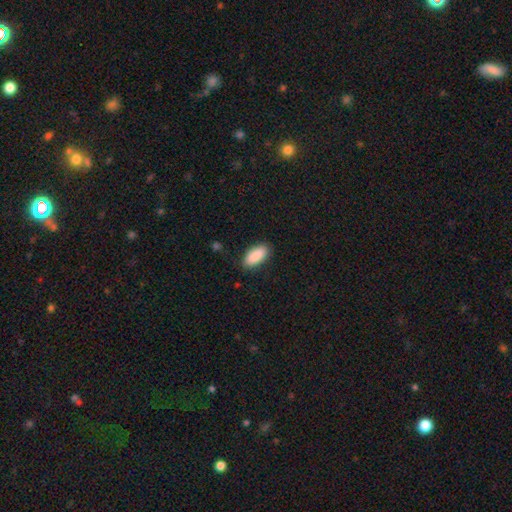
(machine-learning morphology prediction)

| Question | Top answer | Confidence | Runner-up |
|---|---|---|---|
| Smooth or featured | smooth | 90% | star or artifact (6%) |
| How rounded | in between | 88% | cigar-shaped (10%) |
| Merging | none | 84% | minor disturbance (12%) |